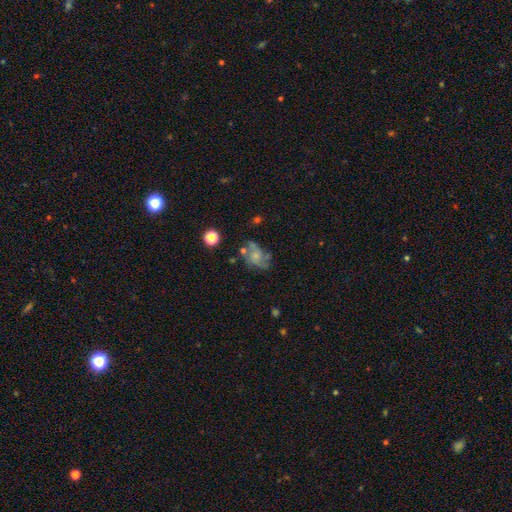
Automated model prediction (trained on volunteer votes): The model was most divided on "merging": none: 46%, minor disturbance: 24%, major disturbance: 21%, merger: 9%. More confident: edge-on disk — no (97%); bar — no (79%); spiral arms — yes (73%); bulge size — small (58%); smooth or featured — featured or disk (57%).